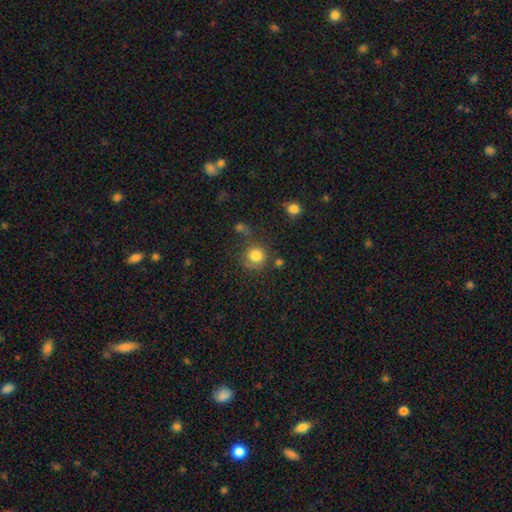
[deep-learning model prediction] A smooth galaxy with no disk features (82%) that is round (89%). Merging: none (69%).